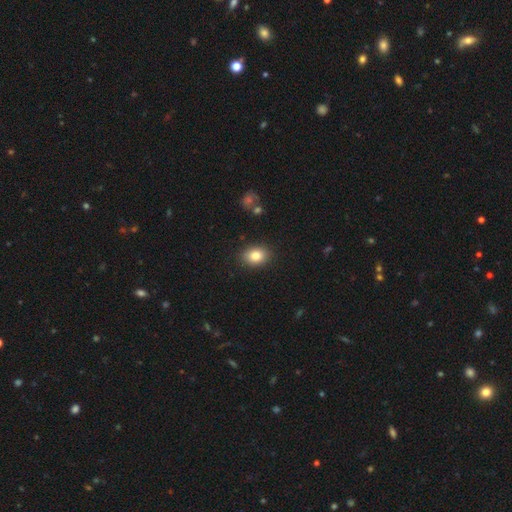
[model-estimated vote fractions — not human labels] Smooth or featured? smooth (83%)
How rounded? in between (61%)
Merging? none (86%)